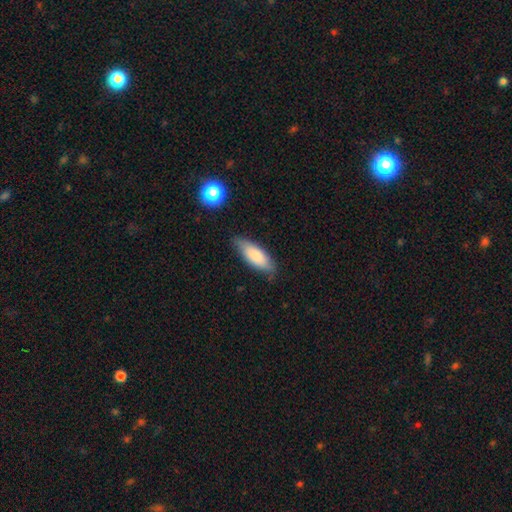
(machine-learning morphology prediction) A smooth galaxy with no disk features (83%) that is in between round and cigar-shaped (68%).

Vote fractions:
- Smooth or featured? smooth: 83% / featured or disk: 11% / star or artifact: 6%
- How rounded? in between: 68% / cigar-shaped: 30% / round: 2%
- Merging? none: 76% / minor disturbance: 20% / major disturbance: 3% / merger: 2%